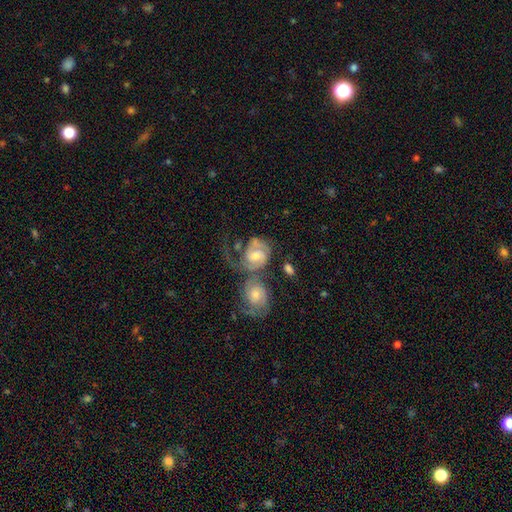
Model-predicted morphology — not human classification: type=featured or disk (79%); edge-on=no (97%); bar=no (50%); spiral arms=yes (93%); winding=tight (44%); arm count=2 (56%); bulge=moderate (60%); merging=merger (54%).